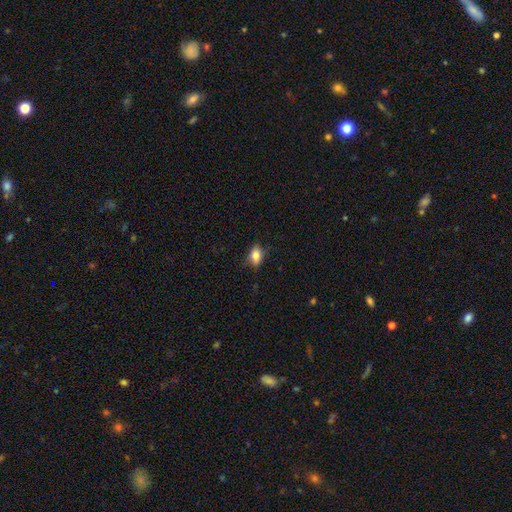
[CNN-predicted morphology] Overall: smooth (78%). How rounded: in between (82%). Merging: none (76%).